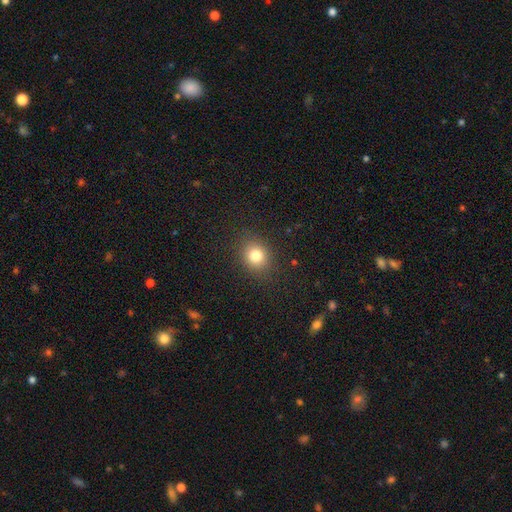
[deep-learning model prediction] smooth 80%, star or artifact 13%, featured or disk 7%. Down the decision tree: how rounded — round (72%); merging — none (88%).